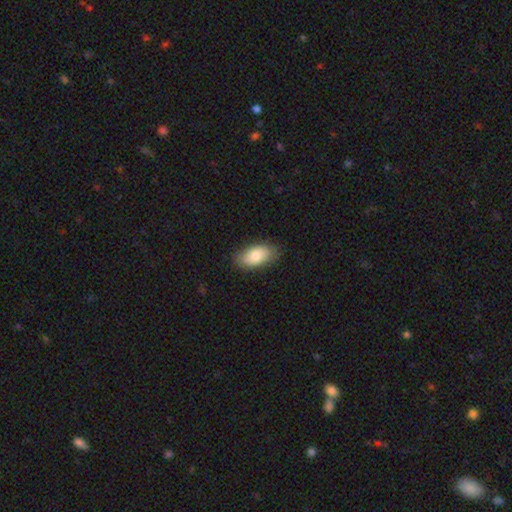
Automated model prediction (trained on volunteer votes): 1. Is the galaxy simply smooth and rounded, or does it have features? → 82% smooth, 13% featured or disk, 6% star or artifact.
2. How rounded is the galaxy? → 93% in between, 4% round, 3% cigar-shaped.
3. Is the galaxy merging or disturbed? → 83% none, 14% minor disturbance, 3% major disturbance, 1% merger.